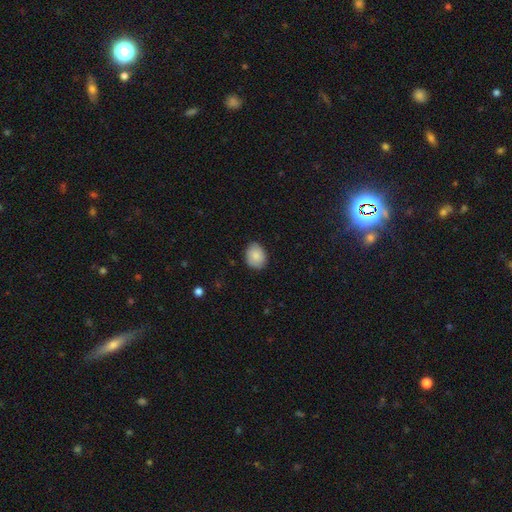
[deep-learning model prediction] A smooth galaxy with no disk features (86%) that is in between round and cigar-shaped (56%).

Vote fractions:
- Smooth or featured? smooth: 86% / star or artifact: 7% / featured or disk: 7%
- How rounded? in between: 56% / round: 43% / cigar-shaped: 1%
- Merging? none: 82% / minor disturbance: 14% / major disturbance: 3% / merger: 1%